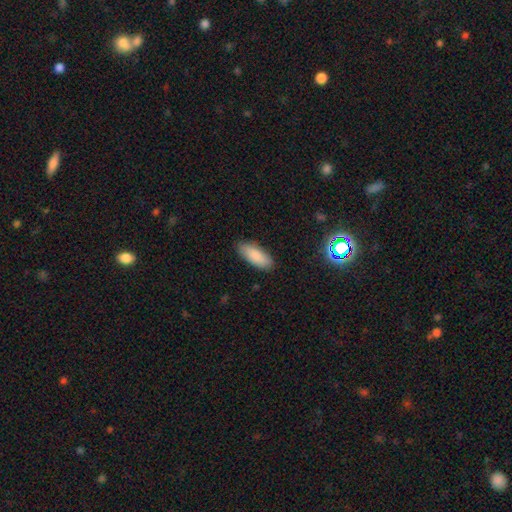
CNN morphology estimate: smooth-or-featured: smooth: 87% | star or artifact: 7% | featured or disk: 7%
  how-rounded: in between: 79% | cigar-shaped: 19% | round: 2%
  merging: none: 86% | minor disturbance: 11% | major disturbance: 2% | merger: 1%